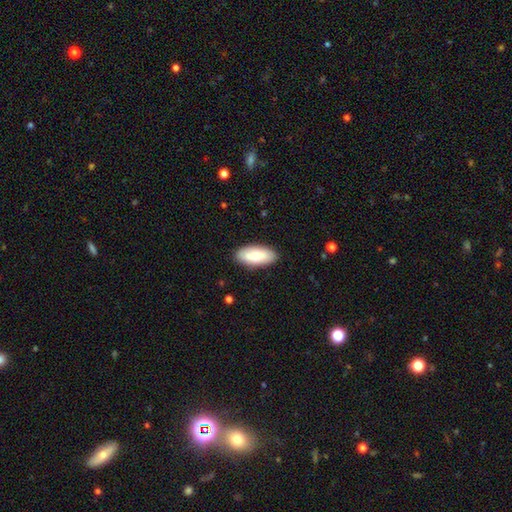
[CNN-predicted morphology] smooth-or-featured: smooth: 73% | featured or disk: 21% | star or artifact: 6%
  how-rounded: in between: 89% | cigar-shaped: 9% | round: 2%
  merging: none: 88% | minor disturbance: 9% | major disturbance: 2% | merger: 1%